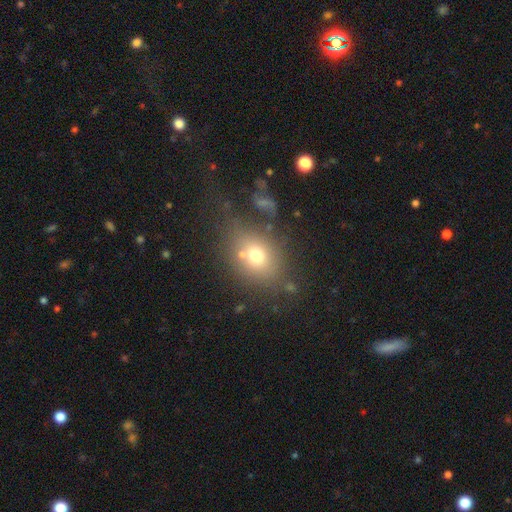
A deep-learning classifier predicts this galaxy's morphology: smooth 68%, featured or disk 18%, star or artifact 14%. Down the decision tree: how rounded — round (49%, tied with in between); merging — none (60%).